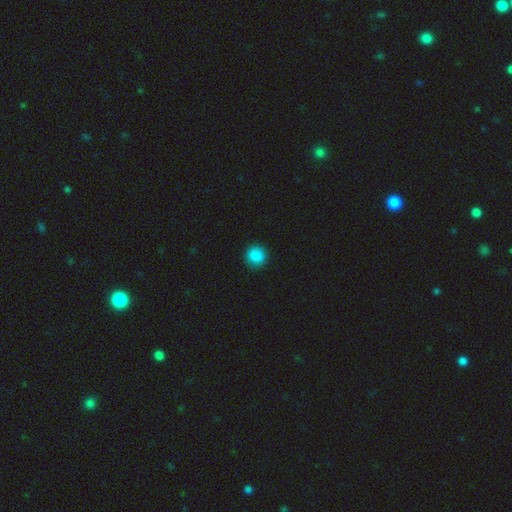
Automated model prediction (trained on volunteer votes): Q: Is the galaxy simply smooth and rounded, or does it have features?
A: smooth — 87%.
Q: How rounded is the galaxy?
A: round — 88%.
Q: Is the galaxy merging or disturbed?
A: none — 89%.